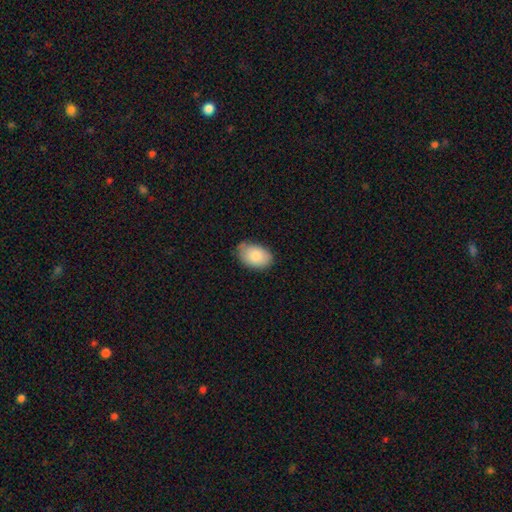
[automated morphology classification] A smooth galaxy with no disk features (86%) that is in between round and cigar-shaped (89%). Merging: none (70%).